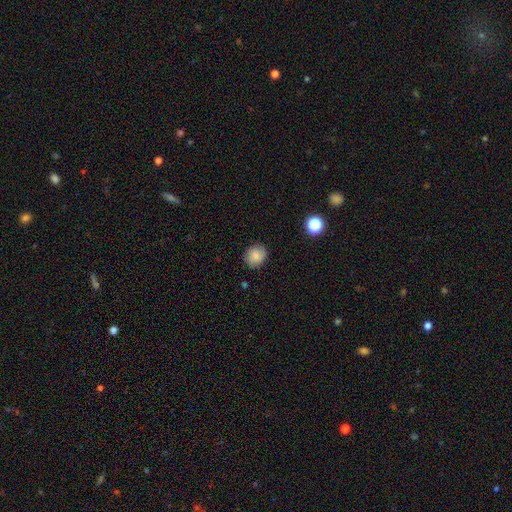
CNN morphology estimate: smooth-or-featured: smooth: 81% | star or artifact: 9% | featured or disk: 9%
  how-rounded: round: 74% | in between: 25% | cigar-shaped: 1%
  merging: none: 86% | minor disturbance: 11% | major disturbance: 2% | merger: 1%